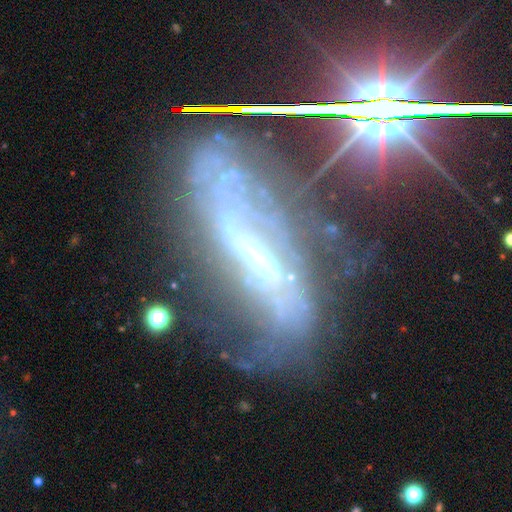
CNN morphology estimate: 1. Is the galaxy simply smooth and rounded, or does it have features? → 72% featured or disk, 17% star or artifact, 10% smooth.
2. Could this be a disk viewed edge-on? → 83% no, 17% yes.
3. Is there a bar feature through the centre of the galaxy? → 62% strong, 23% weak, 15% no.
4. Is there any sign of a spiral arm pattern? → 68% yes, 32% no.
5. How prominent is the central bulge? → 34% moderate, 31% small, 27% none, 6% large, 2% dominant.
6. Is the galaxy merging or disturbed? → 38% none, 32% major disturbance, 21% minor disturbance, 9% merger.